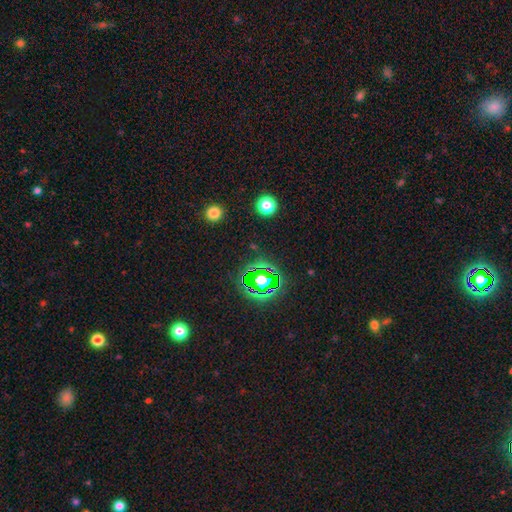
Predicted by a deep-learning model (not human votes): Q: Smooth or featured?
A: star or artifact (78%); runner-up: smooth (14%)